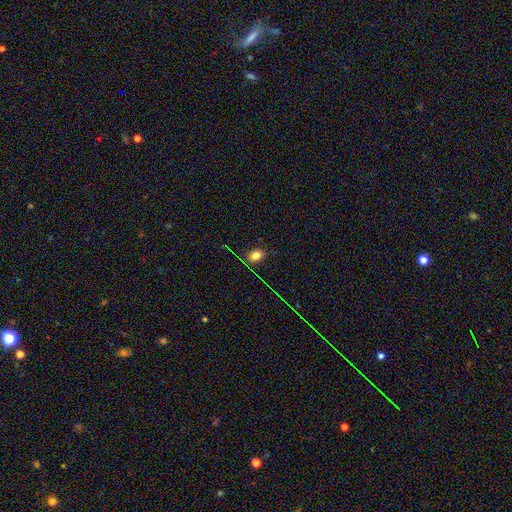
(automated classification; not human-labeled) Smooth or featured? Predicted: smooth (p=0.76). How rounded? Predicted: in between (p=0.72). Merging? Predicted: none (p=0.82).